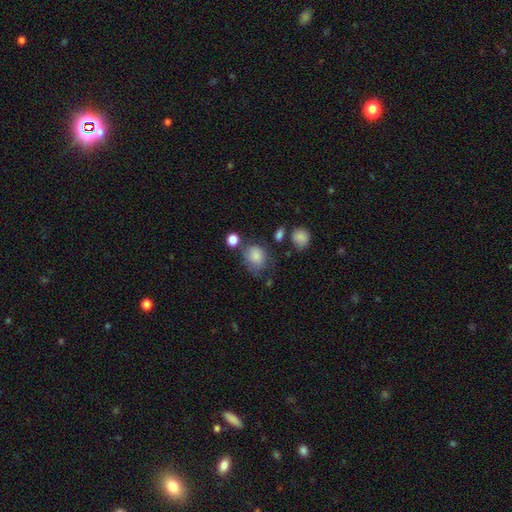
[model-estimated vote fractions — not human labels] smooth-or-featured: smooth: 81% | star or artifact: 10% | featured or disk: 9%
  how-rounded: round: 58% | in between: 41% | cigar-shaped: 1%
  merging: none: 54% | minor disturbance: 25% | major disturbance: 12% | merger: 9%